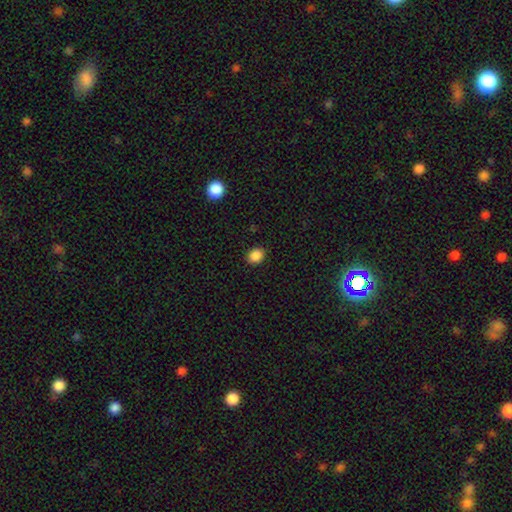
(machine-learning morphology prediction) Smooth or featured?
  - smooth: 87% *
  - star or artifact: 10%
  - featured or disk: 3%
How rounded?
  - round: 58% *
  - in between: 41%
  - cigar-shaped: 1%
Merging?
  - none: 89% *
  - minor disturbance: 8%
  - major disturbance: 2%
  - merger: 1%